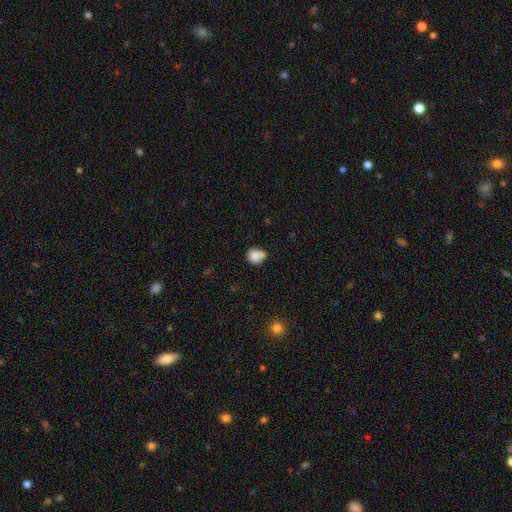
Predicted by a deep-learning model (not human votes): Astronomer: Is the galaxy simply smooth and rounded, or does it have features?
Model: smooth — 83%.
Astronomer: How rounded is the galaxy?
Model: round — 69%.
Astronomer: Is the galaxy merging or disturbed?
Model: none — 54%.